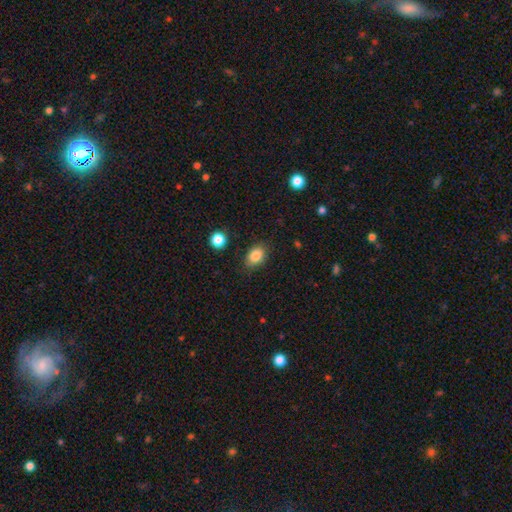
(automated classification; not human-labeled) smooth 85%, star or artifact 9%, featured or disk 6%. Down the decision tree: how rounded — in between (80%); merging — none (81%).